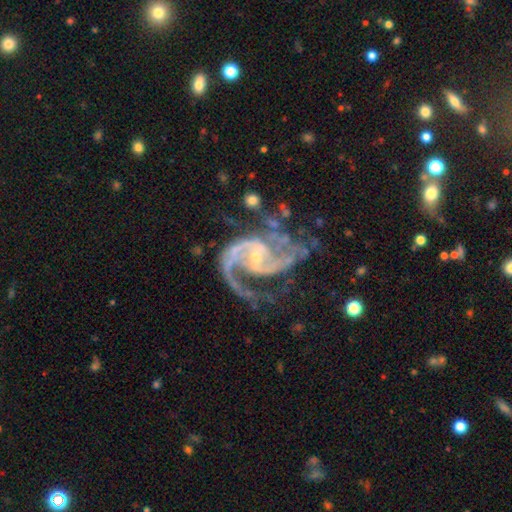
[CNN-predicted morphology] This is clearly a featured or disk galaxy (93%). It is clearly not viewed edge-on (98%). Bar: possibly no (53%). Spiral arm pattern: clearly yes (98%). Spiral arm count: likely 2 (69%). Spiral winding: possibly medium (56%). Central bulge: likely small (72%). Merging: possibly none (47%).